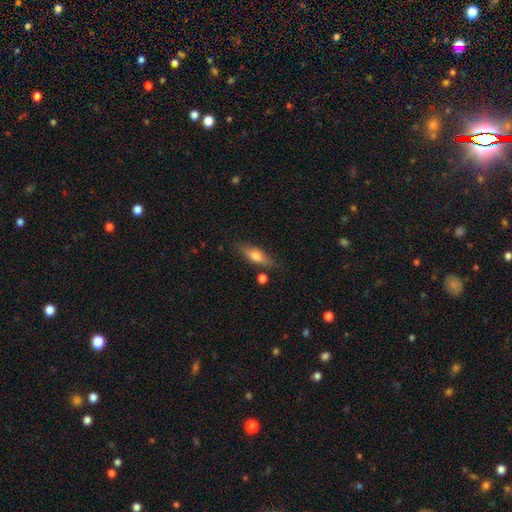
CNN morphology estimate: smooth 55%, featured or disk 37%, star or artifact 7%. Down the decision tree: how rounded — in between (50%); merging — none (79%).